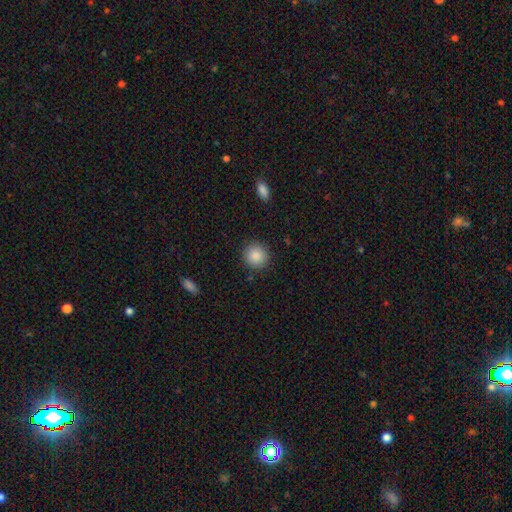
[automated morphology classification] Smooth or featured: smooth — 88% (star or artifact — 8%)
How rounded: round — 91% (in between — 8%)
Merging: none — 89% (minor disturbance — 7%)